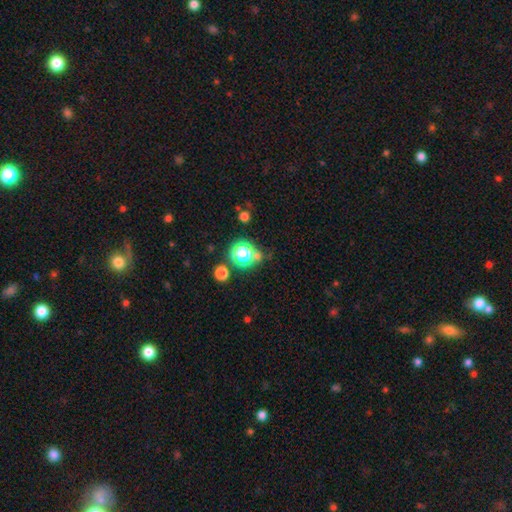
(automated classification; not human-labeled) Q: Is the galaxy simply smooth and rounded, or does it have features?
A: star or artifact — 52%.